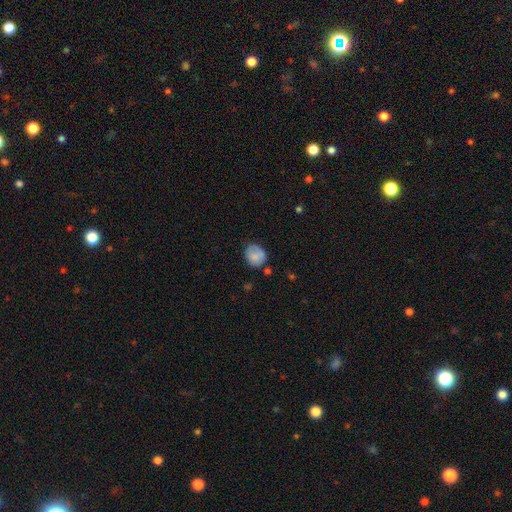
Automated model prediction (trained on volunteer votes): smooth-or-featured: smooth: 74% | featured or disk: 18% | star or artifact: 8%
  how-rounded: round: 60% | in between: 39% | cigar-shaped: 1%
  merging: none: 60% | minor disturbance: 28% | major disturbance: 8% | merger: 5%